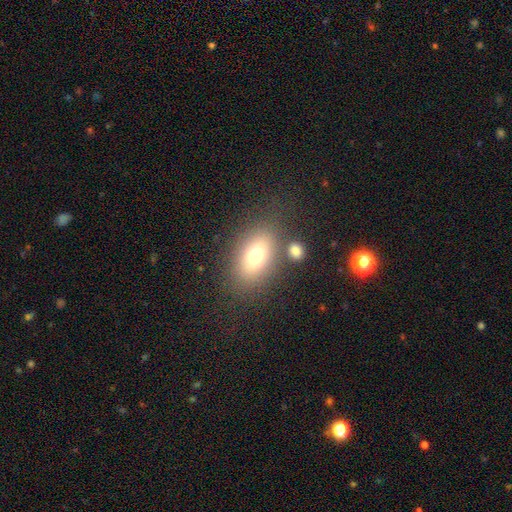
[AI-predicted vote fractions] The model was most divided on "smooth or featured": smooth: 72%, featured or disk: 17%, star or artifact: 11%. More confident: how rounded — in between (83%); merging — none (72%).